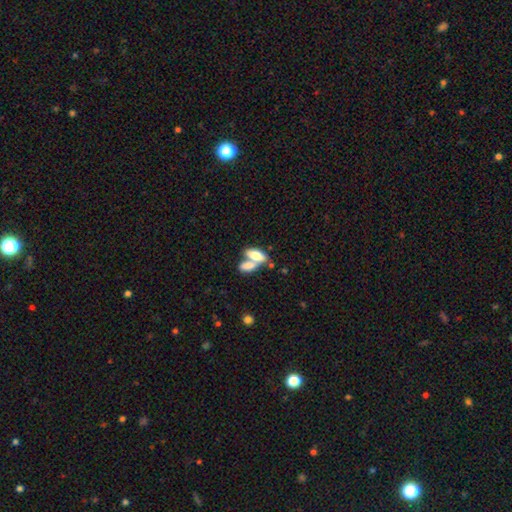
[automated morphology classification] Smooth or featured? smooth (70%)
How rounded? in between (79%)
Merging? merger (59%)